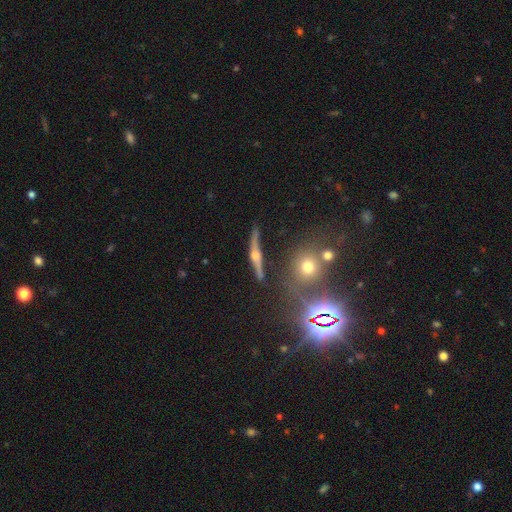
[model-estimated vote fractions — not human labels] Morphology: type=featured or disk (75%); edge-on=yes (93%); edge-on bulge=rounded (92%); merging=none (79%).